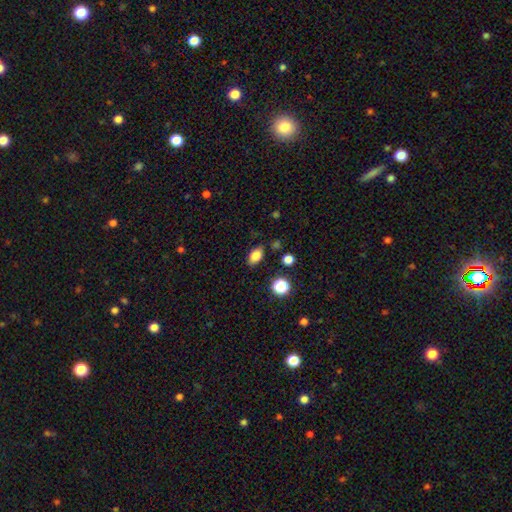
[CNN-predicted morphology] smooth-or-featured: smooth: 81% | star or artifact: 11% | featured or disk: 8%
  how-rounded: in between: 85% | round: 13% | cigar-shaped: 3%
  merging: none: 83% | minor disturbance: 12% | major disturbance: 3% | merger: 2%